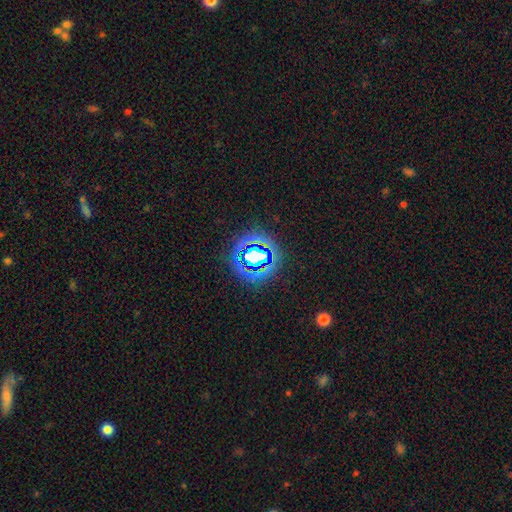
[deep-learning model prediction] star or artifact 66%, smooth 19%, featured or disk 15%.